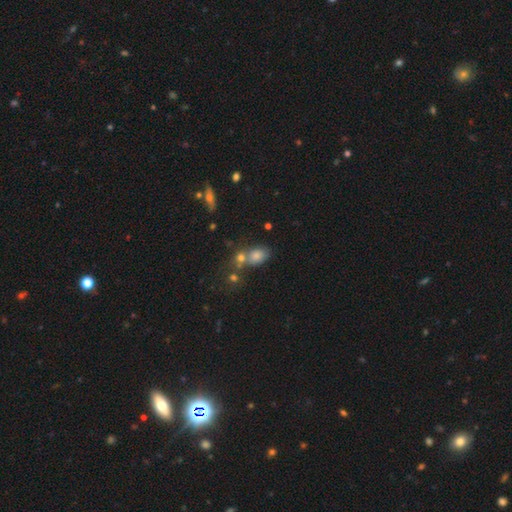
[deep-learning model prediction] A smooth galaxy with no disk features (63%) that is in between round and cigar-shaped (62%). Merging: none (47%).